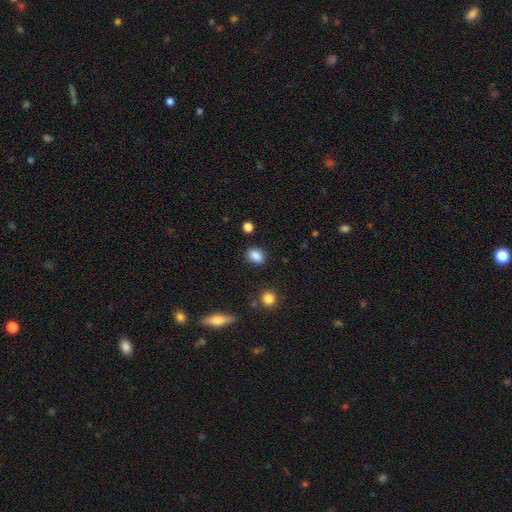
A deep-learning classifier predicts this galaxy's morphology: A smooth galaxy with no disk features (87%) that is in between round and cigar-shaped (68%).

Vote fractions:
- Smooth or featured? smooth: 87% / star or artifact: 9% / featured or disk: 4%
- How rounded? in between: 68% / round: 31% / cigar-shaped: 2%
- Merging? none: 83% / minor disturbance: 11% / major disturbance: 3% / merger: 2%